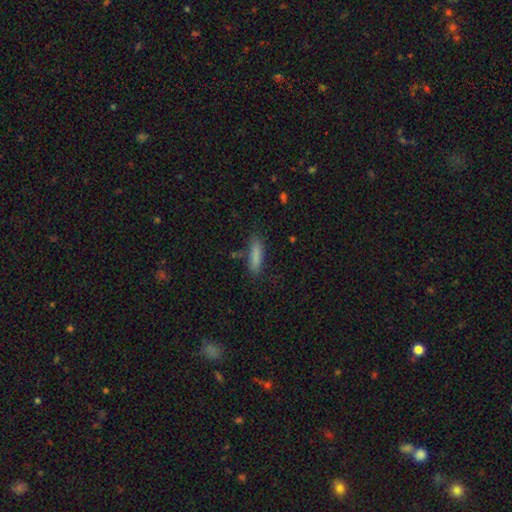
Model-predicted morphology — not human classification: This is clearly a smooth galaxy (85%). How rounded: likely cigar-shaped (71%). Merging: likely none (79%).